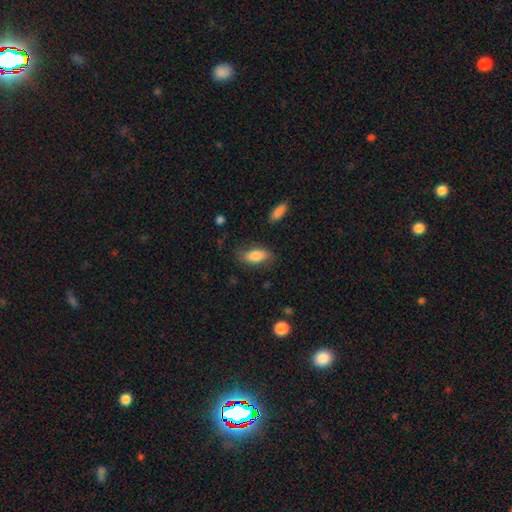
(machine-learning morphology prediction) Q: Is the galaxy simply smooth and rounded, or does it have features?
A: smooth — 83%.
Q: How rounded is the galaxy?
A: in between — 88%.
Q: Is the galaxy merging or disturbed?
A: none — 77%.